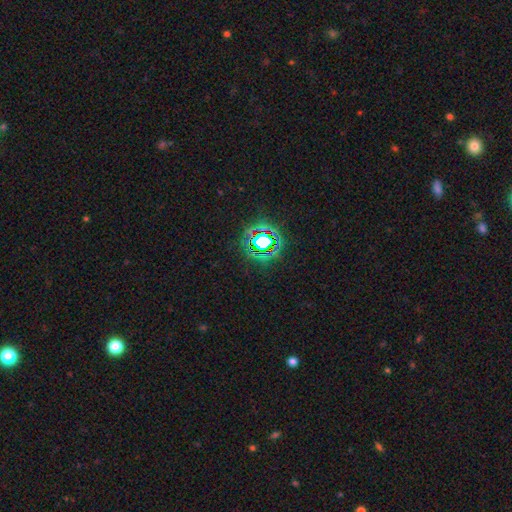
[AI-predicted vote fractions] smooth-or-featured: star or artifact: 79% | smooth: 13% | featured or disk: 8%